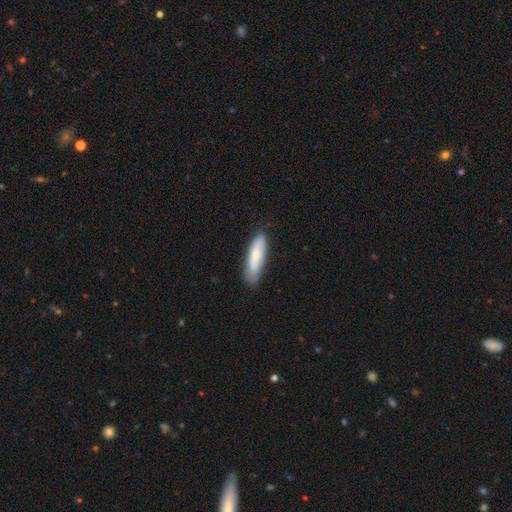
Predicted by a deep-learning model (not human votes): The model was most divided on "how rounded": cigar-shaped: 65%, in between: 33%, round: 1%. More confident: merging — none (77%); smooth or featured — smooth (74%).